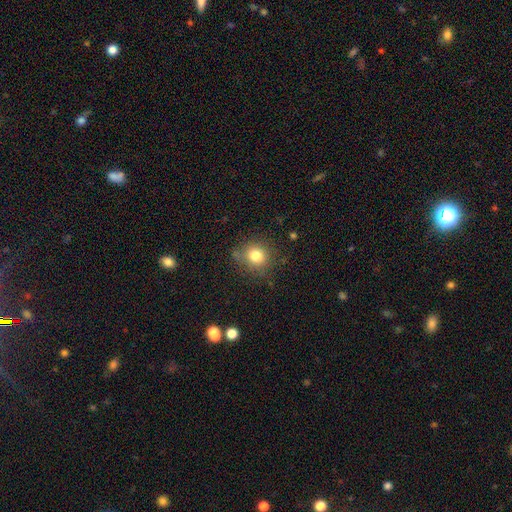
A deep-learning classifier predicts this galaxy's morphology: Q: Smooth or featured?
A: smooth (79%); runner-up: star or artifact (13%)
Q: How rounded?
A: round (83%); runner-up: in between (16%)
Q: Merging?
A: none (77%); runner-up: minor disturbance (16%)